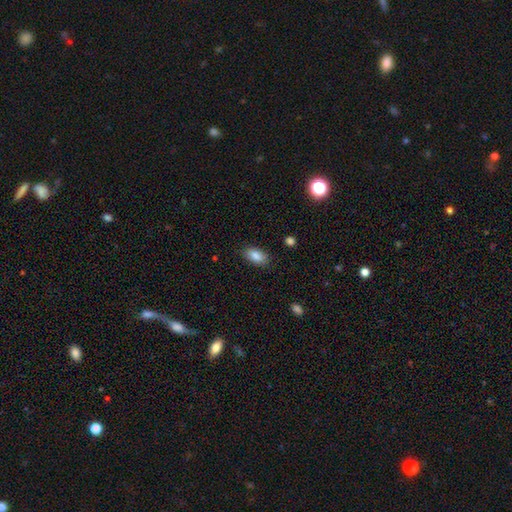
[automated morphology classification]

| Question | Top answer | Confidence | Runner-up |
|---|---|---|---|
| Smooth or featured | smooth | 86% | star or artifact (8%) |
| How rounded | in between | 91% | cigar-shaped (5%) |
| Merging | none | 85% | minor disturbance (11%) |